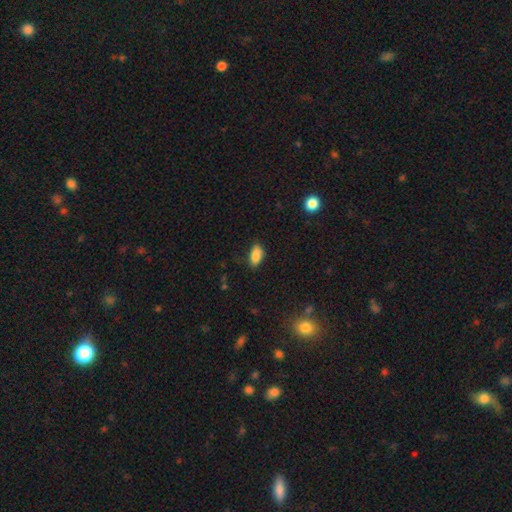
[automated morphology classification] Smooth or featured?
  - smooth: 86% *
  - star or artifact: 9%
  - featured or disk: 5%
How rounded?
  - in between: 91% *
  - cigar-shaped: 6%
  - round: 4%
Merging?
  - none: 71% *
  - minor disturbance: 23%
  - major disturbance: 4%
  - merger: 2%